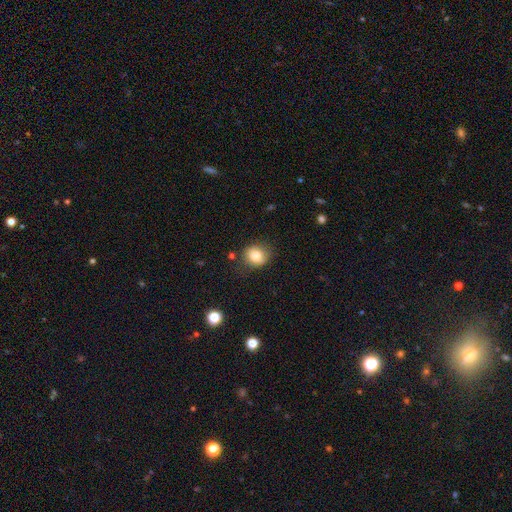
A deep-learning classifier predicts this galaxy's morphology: smooth_or_featured: smooth (p=0.82) [alt: star or artifact p=0.10]
how_rounded: round (p=0.72) [alt: in between p=0.27]
merging: none (p=0.77) [alt: minor disturbance p=0.16]